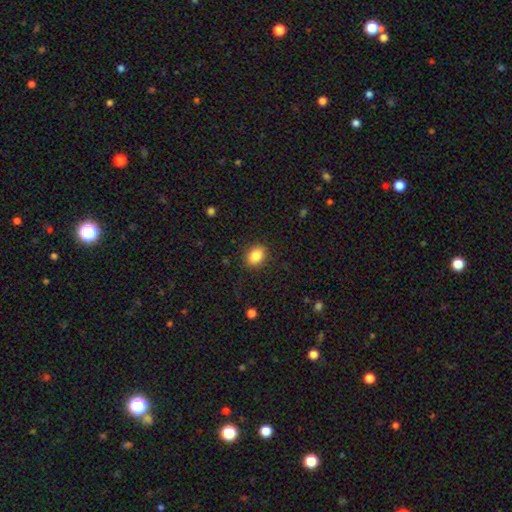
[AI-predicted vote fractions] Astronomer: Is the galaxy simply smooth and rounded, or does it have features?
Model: smooth — 86%.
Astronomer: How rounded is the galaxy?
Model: in between — 65%.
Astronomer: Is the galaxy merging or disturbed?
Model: none — 88%.